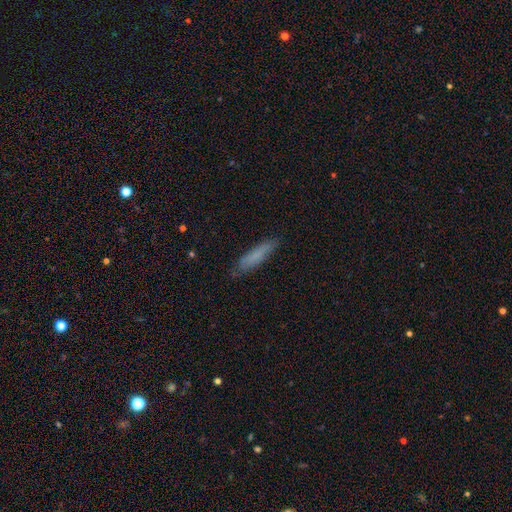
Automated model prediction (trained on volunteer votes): Smooth or featured?
  - smooth: 76% *
  - featured or disk: 17%
  - star or artifact: 7%
How rounded?
  - cigar-shaped: 82% *
  - in between: 17%
  - round: 1%
Merging?
  - none: 81% *
  - minor disturbance: 14%
  - major disturbance: 3%
  - merger: 1%